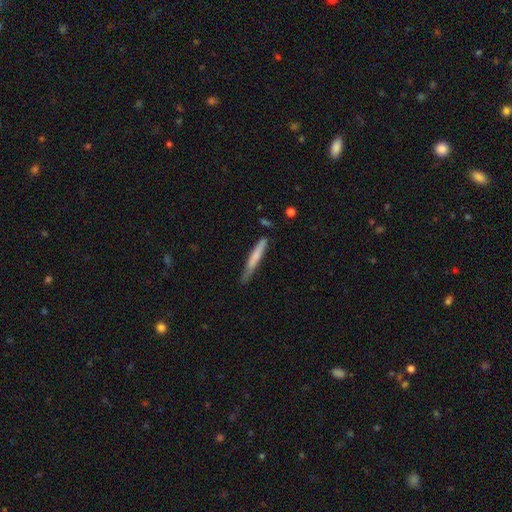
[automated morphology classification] Smooth or featured?
  - smooth: 63% *
  - featured or disk: 31%
  - star or artifact: 6%
How rounded?
  - cigar-shaped: 95% *
  - in between: 4%
  - round: 1%
Merging?
  - none: 64% *
  - minor disturbance: 28%
  - major disturbance: 6%
  - merger: 3%